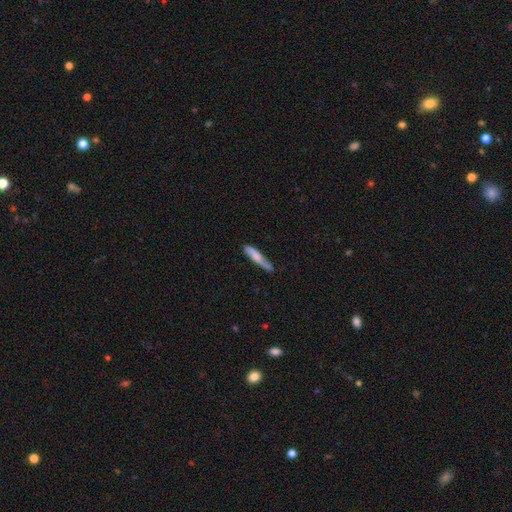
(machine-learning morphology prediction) The model was most divided on "smooth or featured": smooth: 67%, featured or disk: 27%, star or artifact: 5%. More confident: how rounded — cigar-shaped (89%); merging — none (67%).